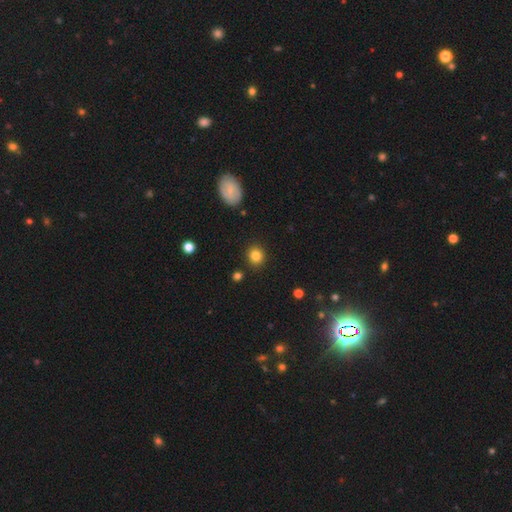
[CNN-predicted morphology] smooth-or-featured: smooth: 83% | star or artifact: 11% | featured or disk: 6%
  how-rounded: round: 84% | in between: 15% | cigar-shaped: 1%
  merging: none: 88% | minor disturbance: 7% | major disturbance: 2% | merger: 2%